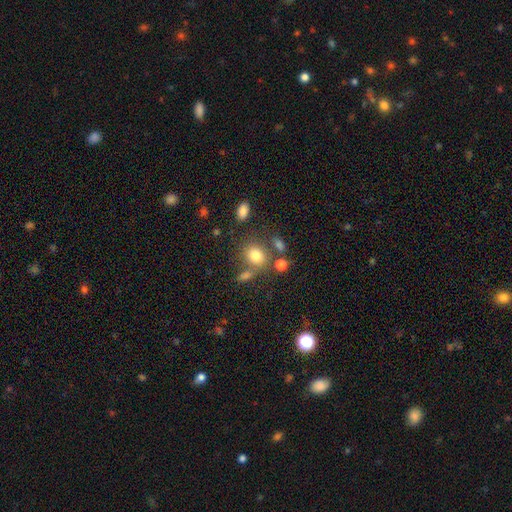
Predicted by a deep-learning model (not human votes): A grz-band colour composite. It shows a smooth galaxy with no disk features (77%) that is round (55%). Merging: none (63%).